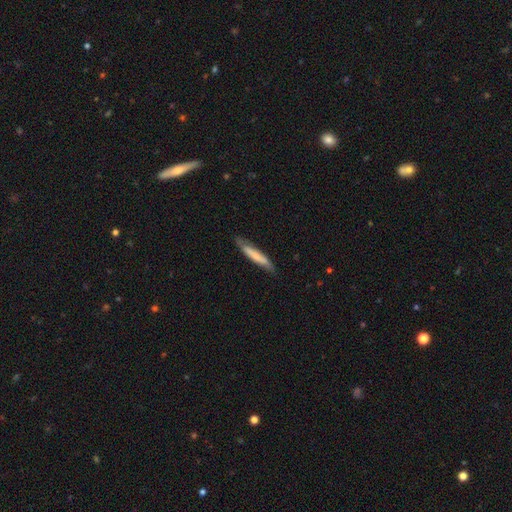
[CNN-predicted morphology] Overall: smooth (63%; featured or disk 32%). How rounded: cigar-shaped (89%). Merging: none (77%).